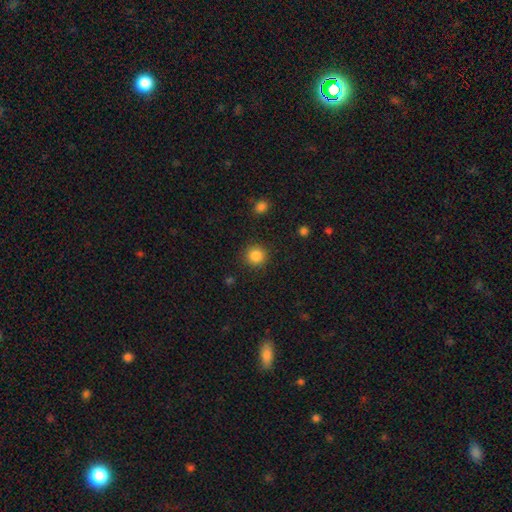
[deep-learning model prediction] Smooth or featured?
  - smooth: 85% *
  - star or artifact: 11%
  - featured or disk: 4%
How rounded?
  - round: 94% *
  - in between: 5%
  - cigar-shaped: 1%
Merging?
  - none: 90% *
  - minor disturbance: 6%
  - major disturbance: 2%
  - merger: 1%